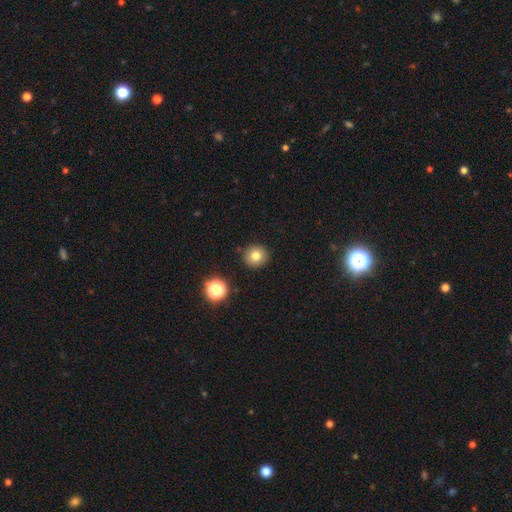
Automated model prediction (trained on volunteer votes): smooth_or_featured: smooth (p=0.78) [alt: star or artifact p=0.13]
how_rounded: round (p=0.93) [alt: in between p=0.06]
merging: none (p=0.90) [alt: minor disturbance p=0.06]